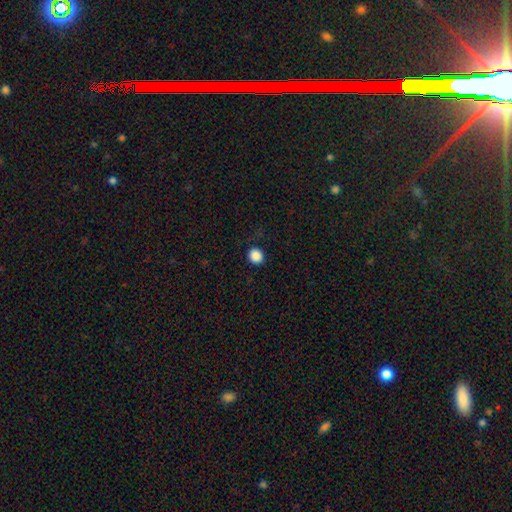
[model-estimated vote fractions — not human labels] smooth_or_featured: smooth (p=0.88) [alt: star or artifact p=0.10]
how_rounded: round (p=0.83) [alt: in between p=0.16]
merging: none (p=0.88) [alt: minor disturbance p=0.08]